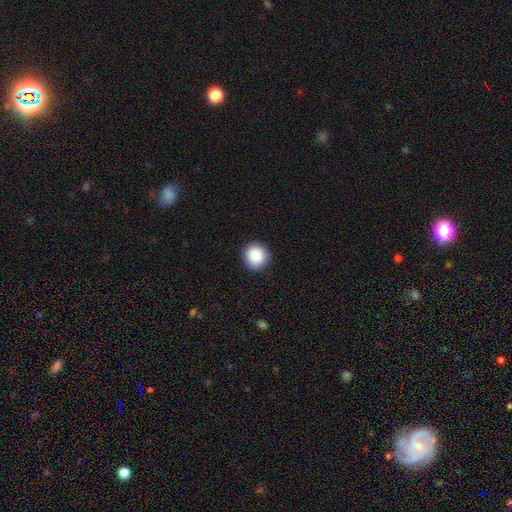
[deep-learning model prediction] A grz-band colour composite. It shows a smooth galaxy with no disk features (88%) that is round (90%). Merging: none (91%).